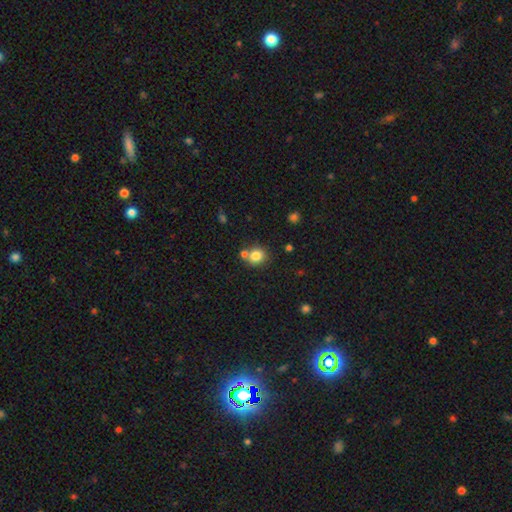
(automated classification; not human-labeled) smooth_or_featured: smooth (p=0.81) [alt: star or artifact p=0.11]
how_rounded: round (p=0.81) [alt: in between p=0.18]
merging: none (p=0.65) [alt: merger p=0.23]